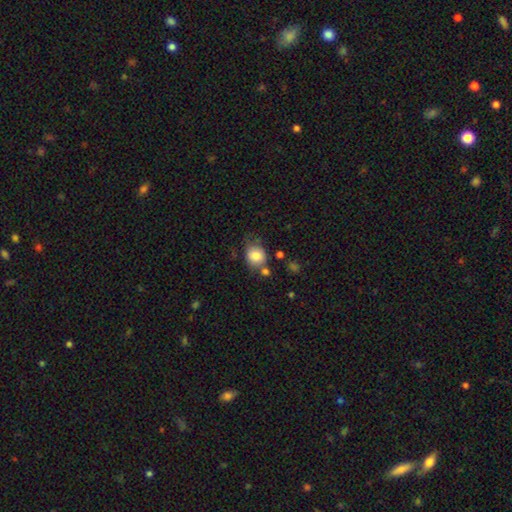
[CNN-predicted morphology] smooth 81%, featured or disk 10%, star or artifact 9%. Down the decision tree: how rounded — round (67%); merging — none (54%).